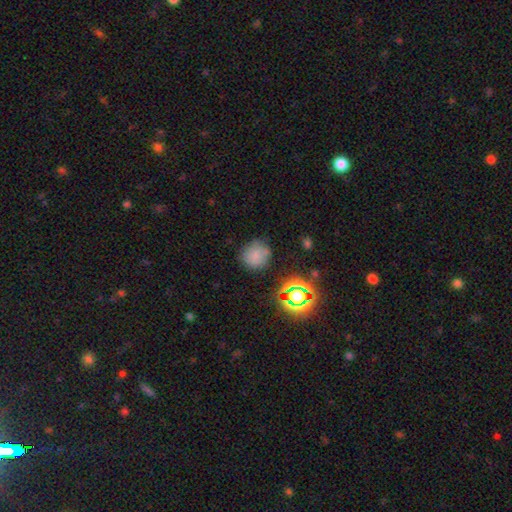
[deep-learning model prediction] Smooth or featured: smooth — 71% (star or artifact — 19%)
How rounded: round — 86% (in between — 13%)
Merging: none — 76% (minor disturbance — 16%)